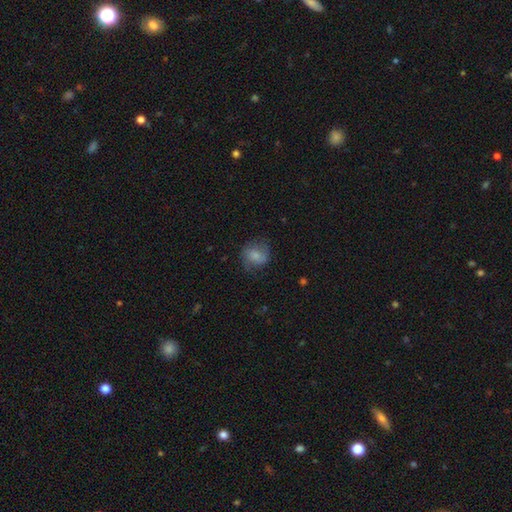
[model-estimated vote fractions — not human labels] Smooth or featured: smooth — 67% (featured or disk — 24%)
How rounded: round — 70% (in between — 29%)
Merging: none — 64% (minor disturbance — 24%)